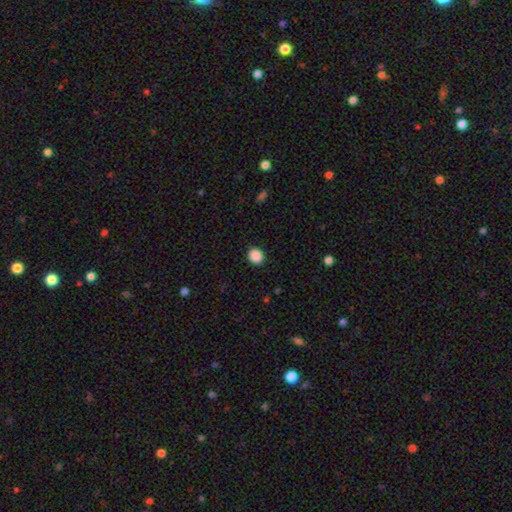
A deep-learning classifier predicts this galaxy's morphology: Overall: smooth (88%). How rounded: round (76%). Merging: none (91%).